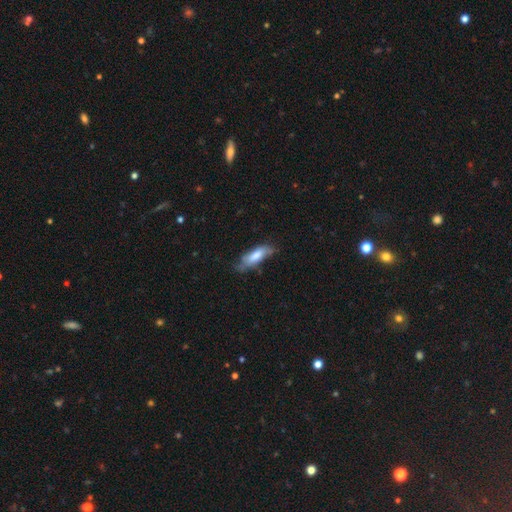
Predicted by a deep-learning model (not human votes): smooth-or-featured: smooth: 66% | featured or disk: 27% | star or artifact: 6%
  how-rounded: in between: 56% | cigar-shaped: 42% | round: 2%
  merging: none: 52% | minor disturbance: 34% | major disturbance: 12% | merger: 2%